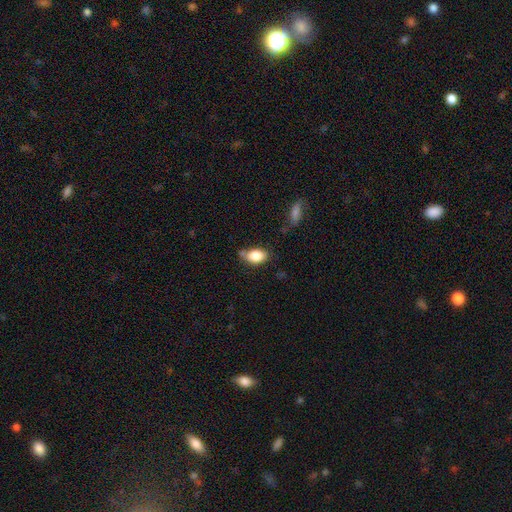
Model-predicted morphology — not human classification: The model was most divided on "merging": none: 58%, minor disturbance: 27%, merger: 8%, major disturbance: 6%. More confident: how rounded — in between (86%); smooth or featured — smooth (83%).